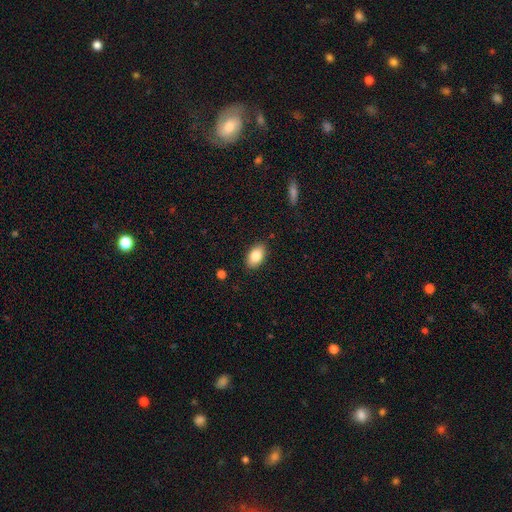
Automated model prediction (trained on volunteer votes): Smooth or featured?
  - smooth: 83% *
  - featured or disk: 10%
  - star or artifact: 7%
How rounded?
  - in between: 90% *
  - round: 8%
  - cigar-shaped: 2%
Merging?
  - none: 87% *
  - minor disturbance: 10%
  - major disturbance: 2%
  - merger: 1%